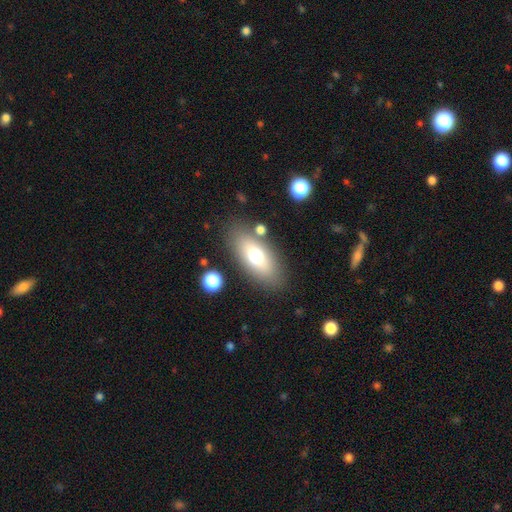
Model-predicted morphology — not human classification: Smooth or featured?
  - smooth: 68% *
  - featured or disk: 23%
  - star or artifact: 9%
How rounded?
  - in between: 83% *
  - cigar-shaped: 12%
  - round: 5%
Merging?
  - none: 80% *
  - minor disturbance: 11%
  - merger: 5%
  - major disturbance: 4%